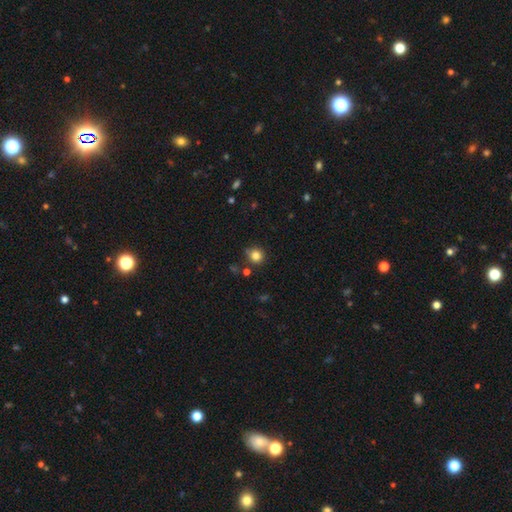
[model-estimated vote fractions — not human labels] The model was most divided on "merging": none: 80%, minor disturbance: 12%, merger: 5%, major disturbance: 3%. More confident: how rounded — round (90%); smooth or featured — smooth (83%).